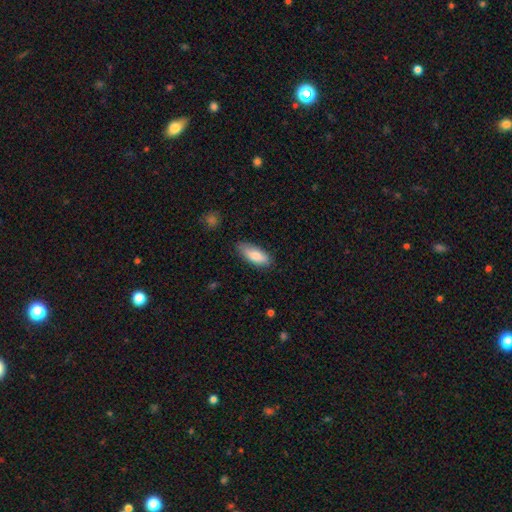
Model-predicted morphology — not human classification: Smooth or featured? smooth (83%)
How rounded? in between (75%)
Merging? none (79%)